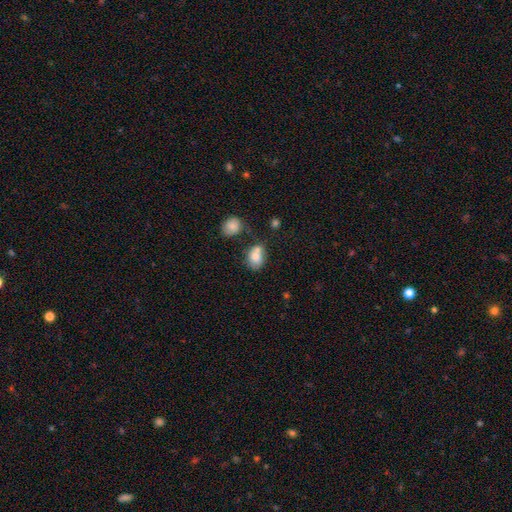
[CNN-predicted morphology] smooth-or-featured: smooth: 77% | featured or disk: 14% | star or artifact: 9%
  how-rounded: in between: 63% | round: 35% | cigar-shaped: 1%
  merging: none: 38% | merger: 33% | minor disturbance: 21% | major disturbance: 8%